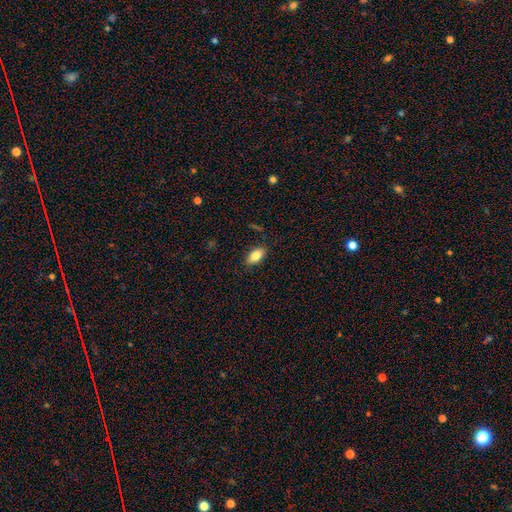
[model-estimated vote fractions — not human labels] This is clearly a smooth galaxy (82%). How rounded: clearly in between (91%). Merging: clearly none (86%).